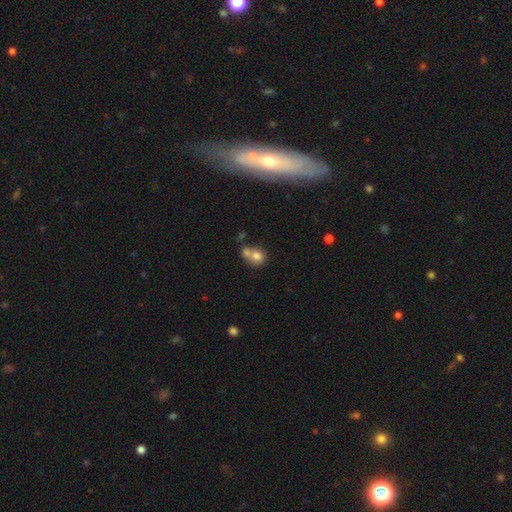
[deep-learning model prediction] Smooth or featured? Predicted: smooth (p=0.74). How rounded? Predicted: round (p=0.75). Merging? Predicted: merger (p=0.54).